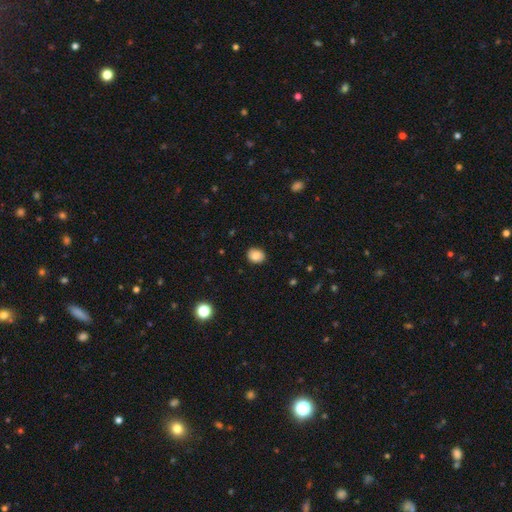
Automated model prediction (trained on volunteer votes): A smooth galaxy with no disk features (84%) that is round (51%). Merging: none (87%).